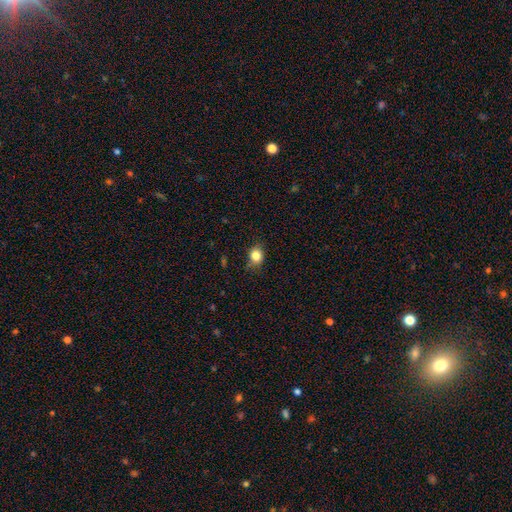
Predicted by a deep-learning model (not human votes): Q: Smooth or featured?
A: smooth (83%); runner-up: star or artifact (10%)
Q: How rounded?
A: round (58%); runner-up: in between (41%)
Q: Merging?
A: none (78%); runner-up: minor disturbance (17%)